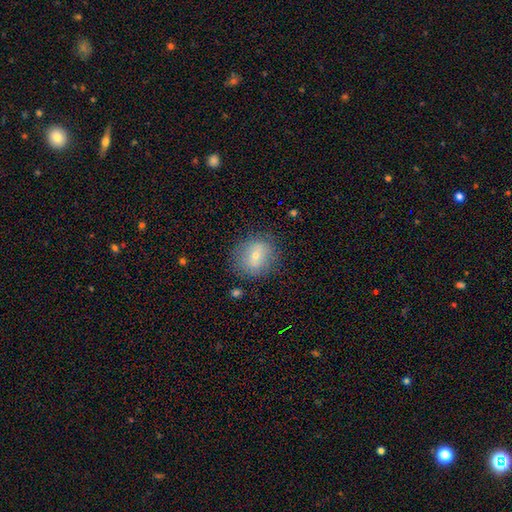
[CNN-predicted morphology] This is likely a smooth galaxy (66%). How rounded: likely round (74%). Merging: likely none (76%).